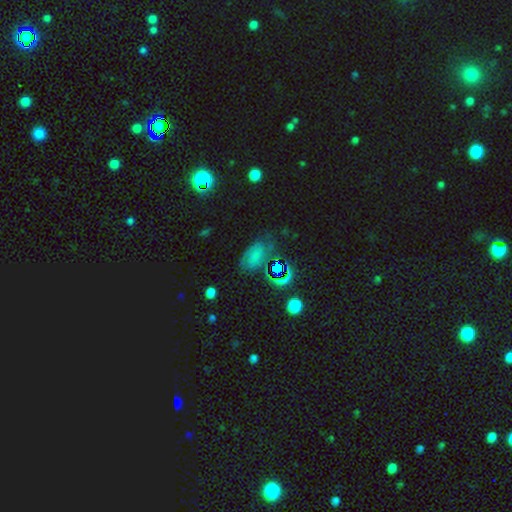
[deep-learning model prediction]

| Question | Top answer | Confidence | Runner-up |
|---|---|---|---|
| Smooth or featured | smooth | 46% | star or artifact (27%) |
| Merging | none | 58% | minor disturbance (24%) |